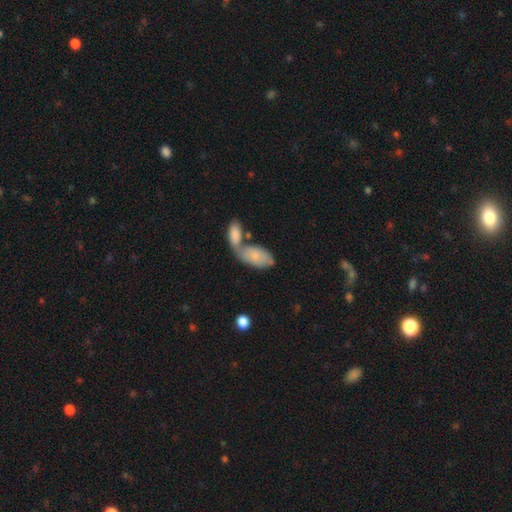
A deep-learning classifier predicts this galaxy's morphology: Smooth or featured?
  - smooth: 73% *
  - featured or disk: 21%
  - star or artifact: 6%
How rounded?
  - in between: 93% *
  - cigar-shaped: 4%
  - round: 3%
Merging?
  - merger: 52% *
  - none: 28%
  - minor disturbance: 13%
  - major disturbance: 6%